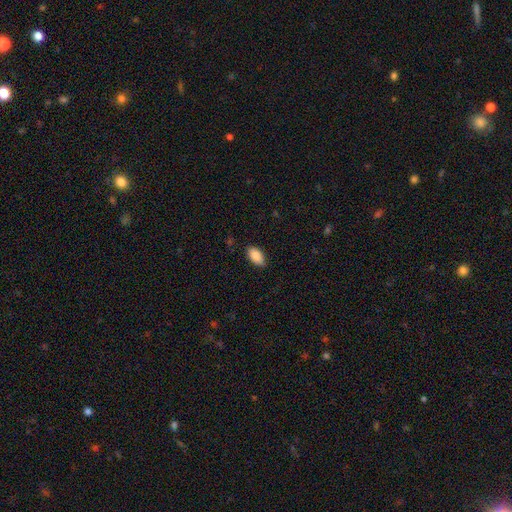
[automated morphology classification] A smooth galaxy with no disk features (89%) that is in between round and cigar-shaped (94%). Merging: none (86%).